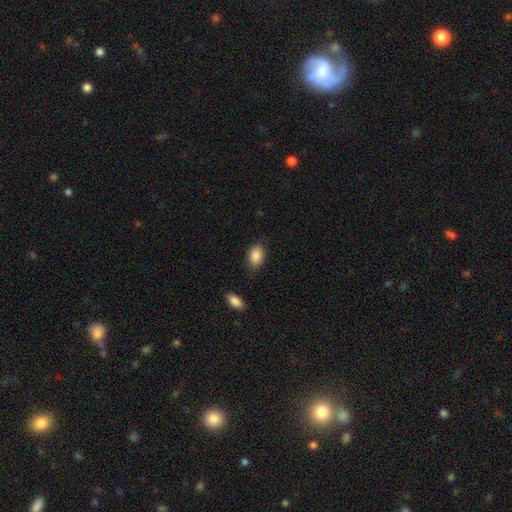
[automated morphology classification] This is clearly a smooth galaxy (88%). How rounded: clearly in between (86%). Merging: likely none (78%).